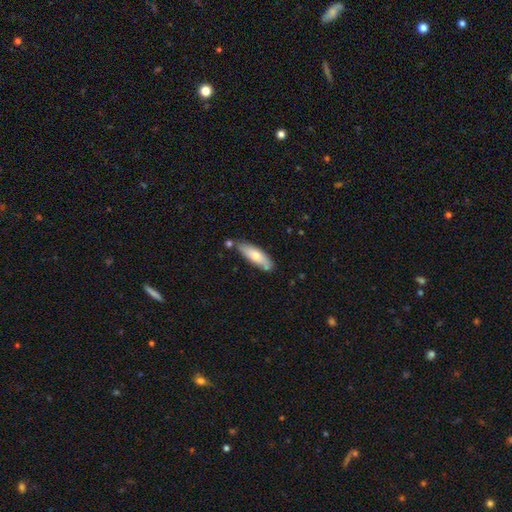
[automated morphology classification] smooth_or_featured: smooth (p=0.68) [alt: featured or disk p=0.27]
how_rounded: cigar-shaped (p=0.49) [tied with: in between p=0.49]
merging: none (p=0.70) [alt: minor disturbance p=0.18]